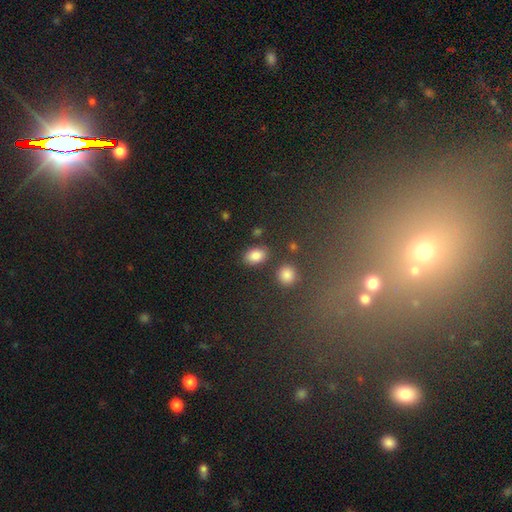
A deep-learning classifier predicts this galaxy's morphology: Smooth or featured?
  - smooth: 85% *
  - star or artifact: 10%
  - featured or disk: 6%
How rounded?
  - in between: 82% *
  - round: 16%
  - cigar-shaped: 1%
Merging?
  - none: 80% *
  - minor disturbance: 11%
  - merger: 6%
  - major disturbance: 3%